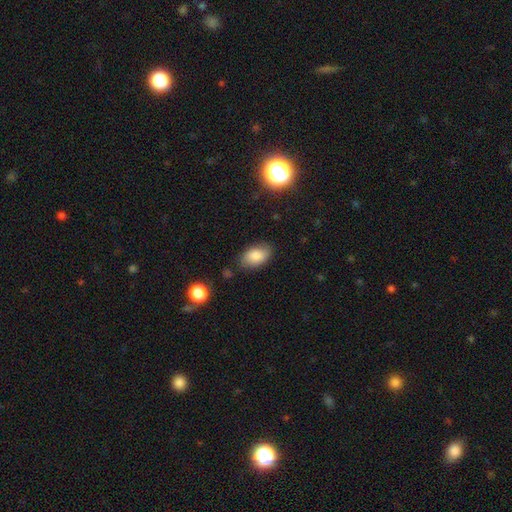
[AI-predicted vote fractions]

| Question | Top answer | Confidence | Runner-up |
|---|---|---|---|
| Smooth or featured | smooth | 83% | featured or disk (9%) |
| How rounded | in between | 91% | round (7%) |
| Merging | none | 78% | minor disturbance (16%) |